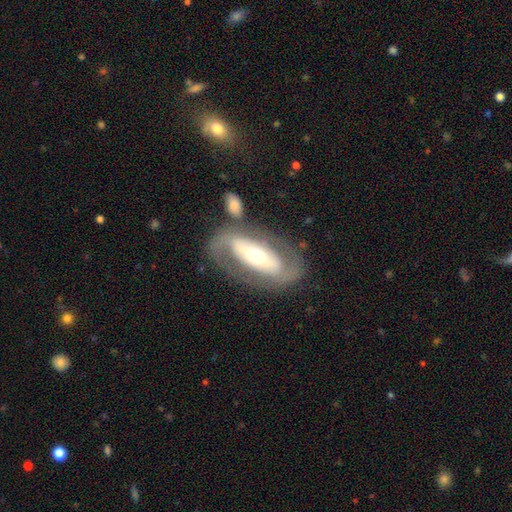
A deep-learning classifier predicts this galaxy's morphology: A featured or disk galaxy (81%) with a strong bar (41%), 2 (83%) medium (41%) spiral arms (81%) and a moderate central bulge (60%). Merging: none (71%).